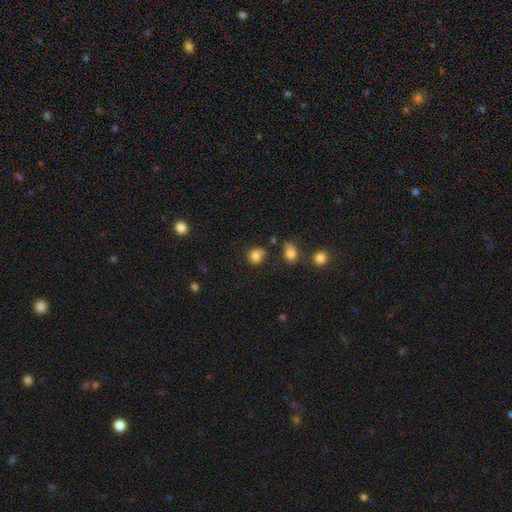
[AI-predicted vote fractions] Smooth or featured? smooth (82%)
How rounded? round (78%)
Merging? none (63%)